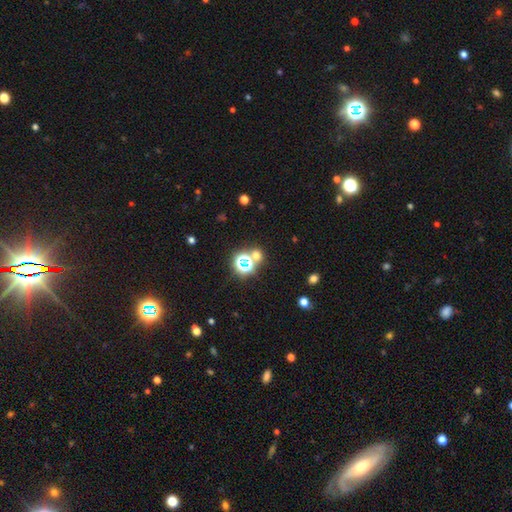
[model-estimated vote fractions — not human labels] Smooth or featured? Predicted: star or artifact (p=0.47).